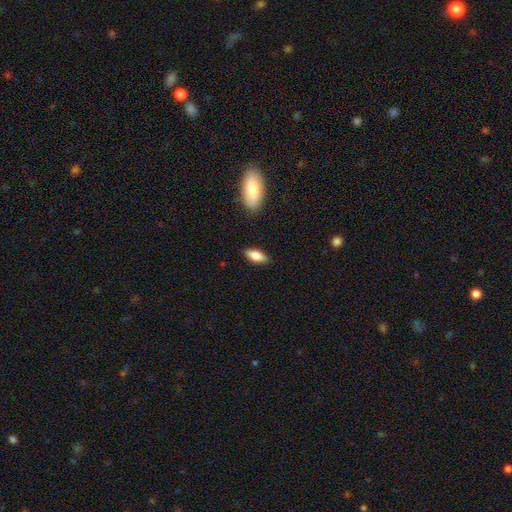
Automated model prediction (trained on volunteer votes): A smooth galaxy with no disk features (78%) that is in between round and cigar-shaped (83%). Merging: none (86%).